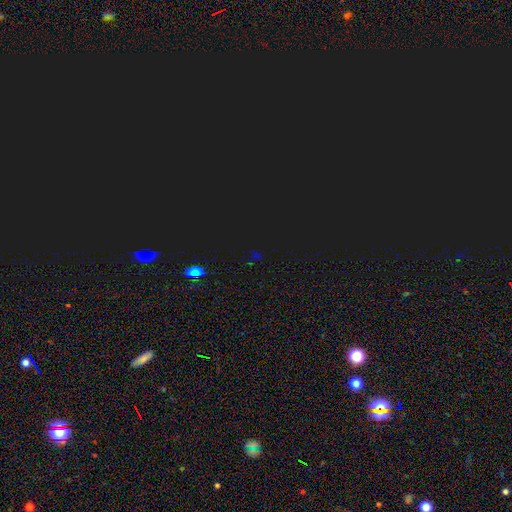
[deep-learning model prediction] Smooth or featured? Predicted: star or artifact (p=0.76).